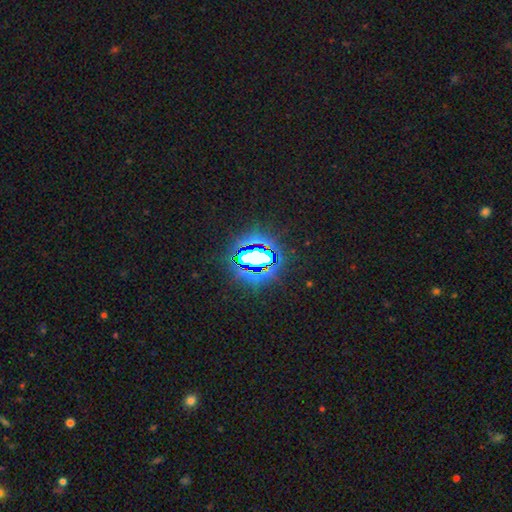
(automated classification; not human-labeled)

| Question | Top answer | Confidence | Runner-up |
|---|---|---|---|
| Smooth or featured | star or artifact | 74% | smooth (15%) |